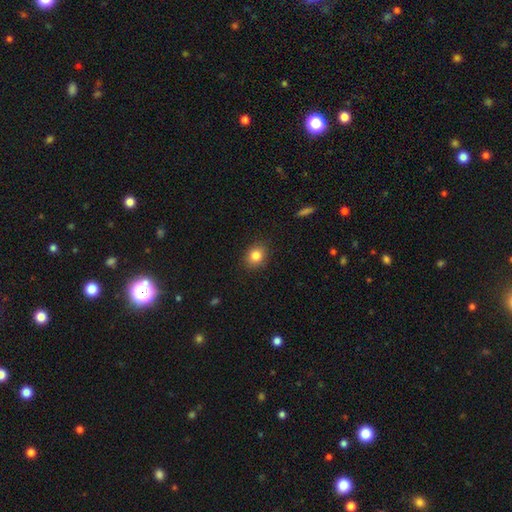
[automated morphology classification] Q: Smooth or featured?
A: smooth (83%); runner-up: star or artifact (10%)
Q: How rounded?
A: round (62%); runner-up: in between (37%)
Q: Merging?
A: none (88%); runner-up: minor disturbance (9%)